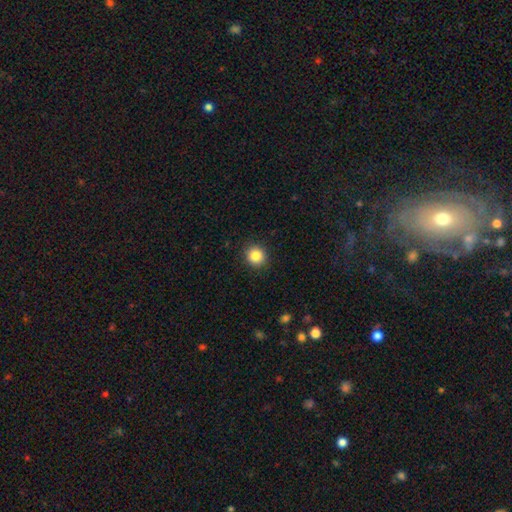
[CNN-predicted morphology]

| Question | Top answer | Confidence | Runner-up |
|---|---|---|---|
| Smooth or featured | smooth | 85% | star or artifact (10%) |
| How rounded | round | 89% | in between (10%) |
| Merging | none | 91% | minor disturbance (6%) |